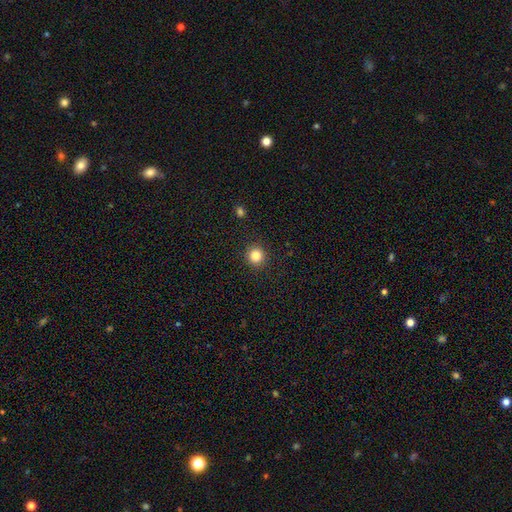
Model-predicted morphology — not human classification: Smooth or featured: smooth — 84% (star or artifact — 11%)
How rounded: round — 94% (in between — 5%)
Merging: none — 91% (minor disturbance — 5%)